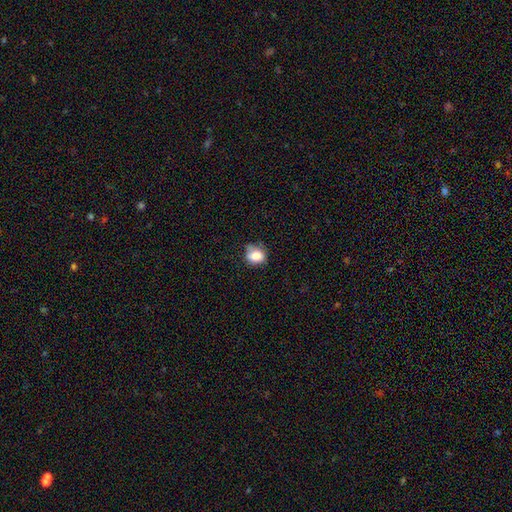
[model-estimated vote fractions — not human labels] A smooth galaxy with no disk features (81%) that is round (63%).

Vote fractions:
- Smooth or featured? smooth: 81% / star or artifact: 9% / featured or disk: 9%
- How rounded? round: 63% / in between: 36% / cigar-shaped: 1%
- Merging? none: 53% / minor disturbance: 34% / major disturbance: 10% / merger: 3%